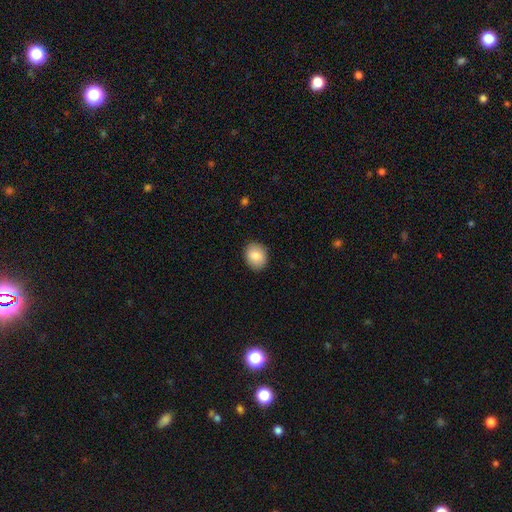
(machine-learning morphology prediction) type=smooth (82%); roundness=round (59%); merging=none (90%).